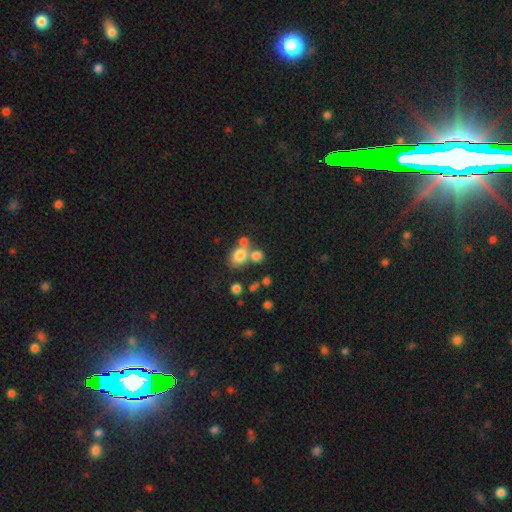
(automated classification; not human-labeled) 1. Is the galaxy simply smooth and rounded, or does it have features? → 76% smooth, 13% star or artifact, 11% featured or disk.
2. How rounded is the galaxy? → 57% round, 42% in between, 1% cigar-shaped.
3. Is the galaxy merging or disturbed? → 44% none, 41% merger, 10% minor disturbance, 5% major disturbance.